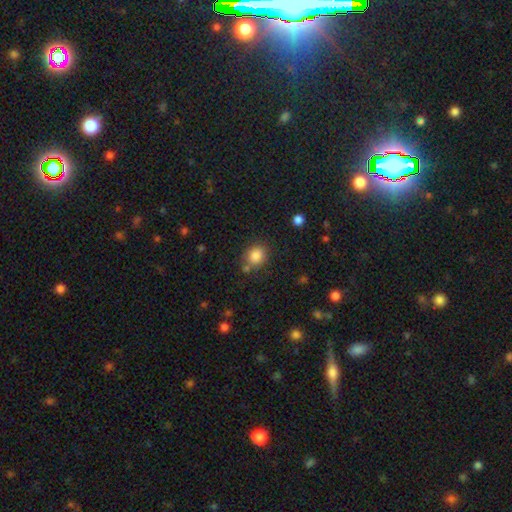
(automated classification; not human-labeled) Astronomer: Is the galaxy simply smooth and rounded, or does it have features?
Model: smooth — 85%.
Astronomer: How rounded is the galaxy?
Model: round — 71%.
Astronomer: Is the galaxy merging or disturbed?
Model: none — 75%.